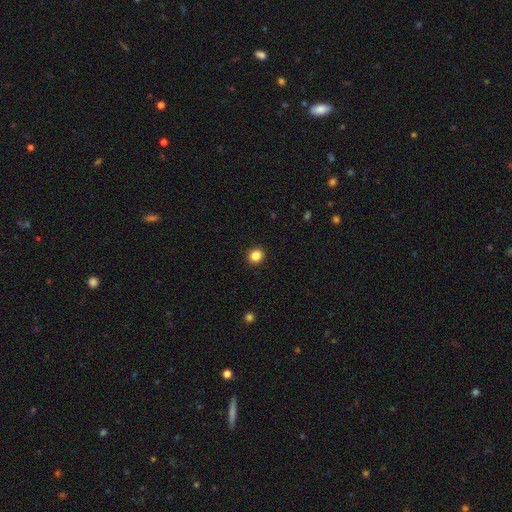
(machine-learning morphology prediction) smooth 85%, star or artifact 11%, featured or disk 4%. Down the decision tree: how rounded — round (87%); merging — none (92%).